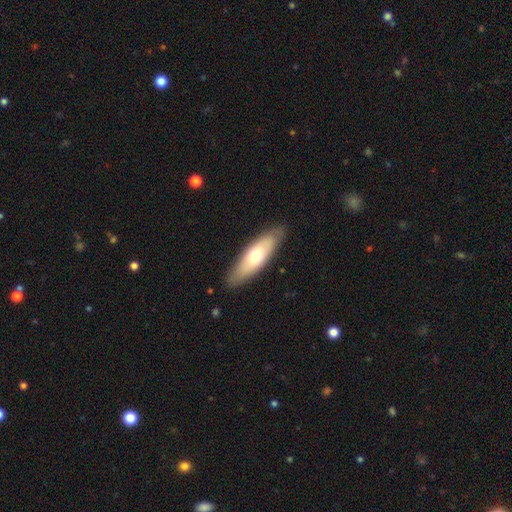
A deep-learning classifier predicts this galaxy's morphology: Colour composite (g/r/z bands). It shows a smooth galaxy with no disk features (61%) that is in between round and cigar-shaped (55%). Merging: none (86%).